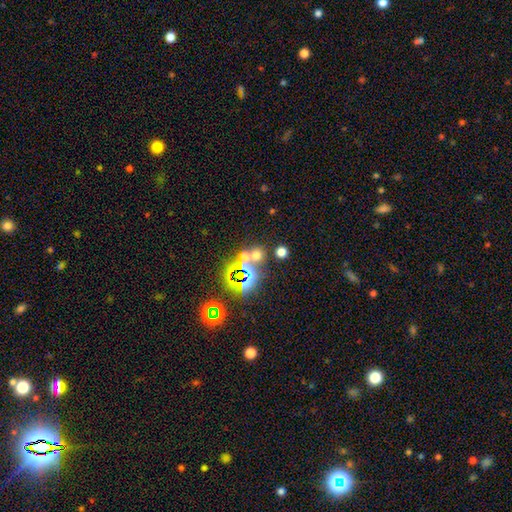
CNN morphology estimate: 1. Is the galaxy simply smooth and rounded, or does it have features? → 49% smooth, 42% star or artifact, 9% featured or disk.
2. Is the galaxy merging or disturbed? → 67% none, 22% merger, 7% minor disturbance, 4% major disturbance.